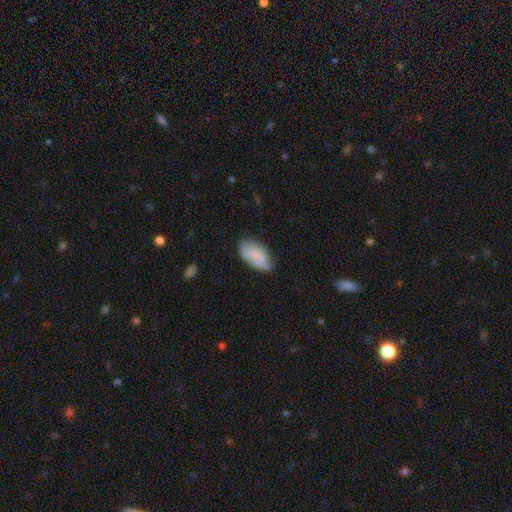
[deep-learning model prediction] This is likely a smooth galaxy (61%). How rounded: clearly in between (94%). Merging: possibly none (51%).